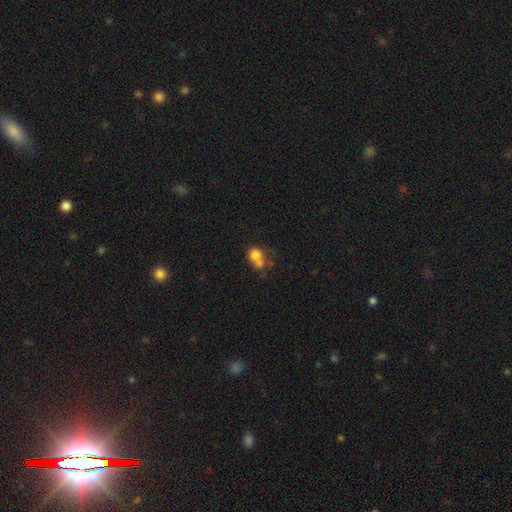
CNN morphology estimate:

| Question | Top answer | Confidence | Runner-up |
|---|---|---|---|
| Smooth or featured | smooth | 71% | featured or disk (17%) |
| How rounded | round | 52% | in between (46%) |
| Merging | merger | 38% | none (29%) |